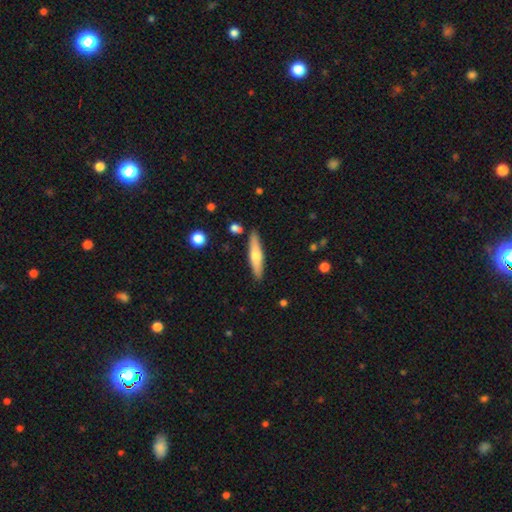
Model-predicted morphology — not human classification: Smooth or featured? Predicted: smooth (p=0.51). How rounded? Predicted: cigar-shaped (p=0.80). Merging? Predicted: none (p=0.88).